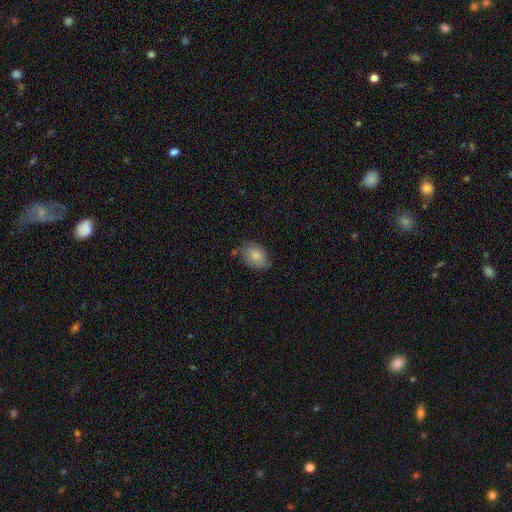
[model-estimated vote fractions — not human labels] A smooth galaxy with no disk features (81%) that is in between round and cigar-shaped (83%). Merging: none (68%).